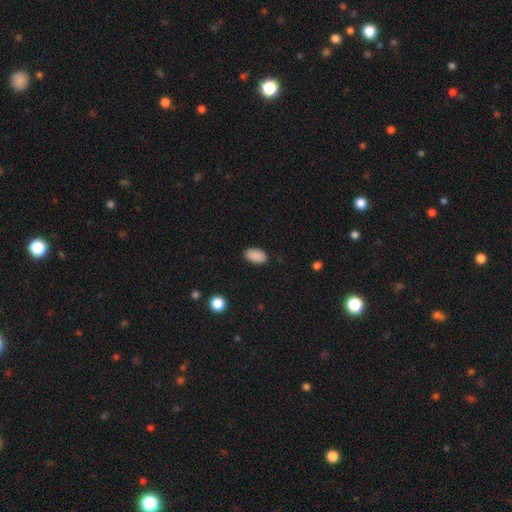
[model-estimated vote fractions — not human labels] smooth_or_featured: smooth (p=0.89) [alt: star or artifact p=0.08]
how_rounded: in between (p=0.94) [alt: round p=0.05]
merging: none (p=0.88) [alt: minor disturbance p=0.09]